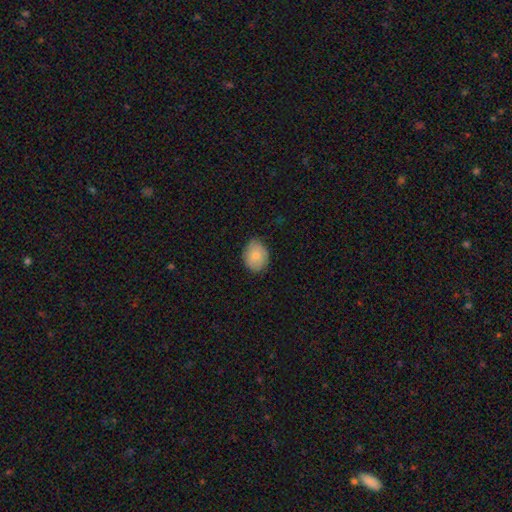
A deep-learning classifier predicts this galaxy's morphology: A smooth galaxy with no disk features (80%) that is in between round and cigar-shaped (55%). Merging: none (74%).